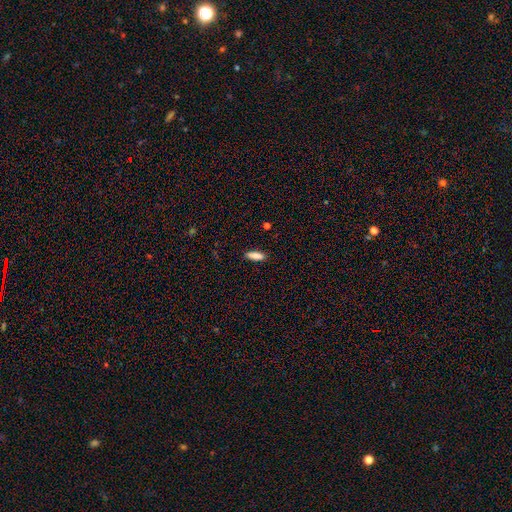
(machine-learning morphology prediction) Q: Smooth or featured?
A: smooth (86%); runner-up: star or artifact (7%)
Q: How rounded?
A: in between (52%); runner-up: cigar-shaped (46%)
Q: Merging?
A: none (87%); runner-up: minor disturbance (10%)